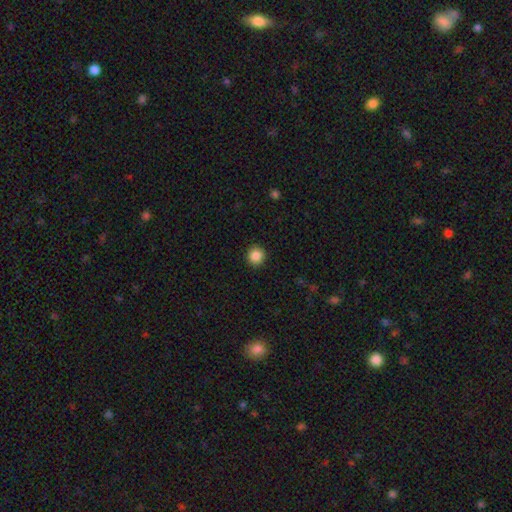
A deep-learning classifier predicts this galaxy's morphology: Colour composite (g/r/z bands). It shows a smooth galaxy with no disk features (87%) that is round (94%). Merging: none (92%).